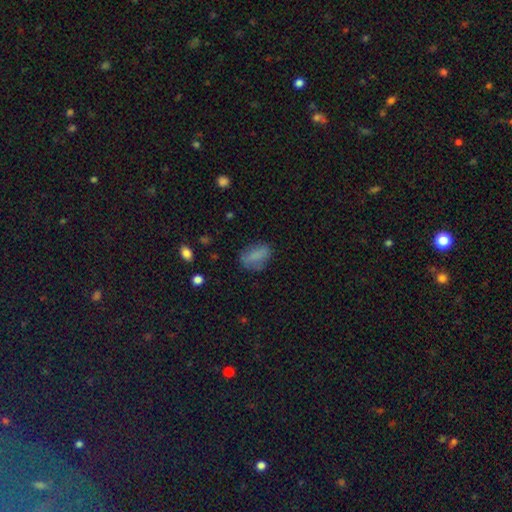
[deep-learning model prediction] Q: Smooth or featured?
A: smooth (77%); runner-up: featured or disk (13%)
Q: How rounded?
A: in between (82%); runner-up: round (11%)
Q: Merging?
A: none (67%); runner-up: minor disturbance (22%)